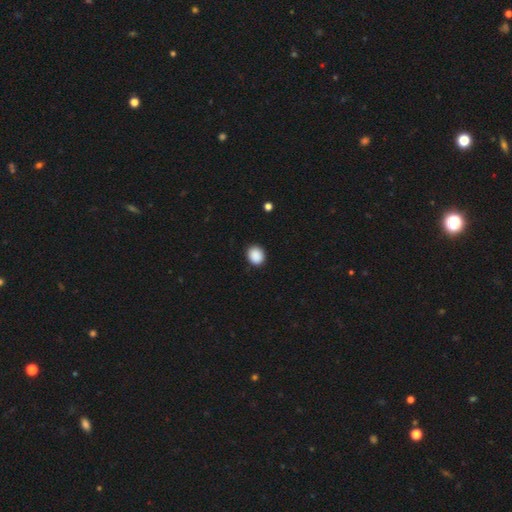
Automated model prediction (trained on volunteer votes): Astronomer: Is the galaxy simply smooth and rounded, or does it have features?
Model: smooth — 89%.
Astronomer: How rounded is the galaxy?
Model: round — 60% (runner-up: in between, 39%).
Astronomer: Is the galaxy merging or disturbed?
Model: none — 89%.